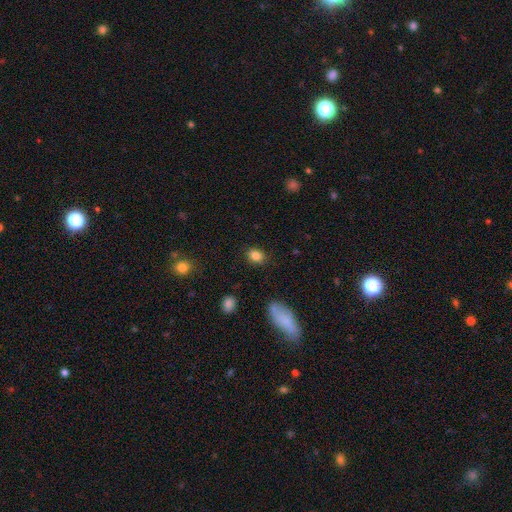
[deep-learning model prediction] smooth-or-featured: smooth: 85% | star or artifact: 10% | featured or disk: 5%
  how-rounded: in between: 60% | round: 39% | cigar-shaped: 1%
  merging: none: 84% | minor disturbance: 12% | major disturbance: 3% | merger: 2%